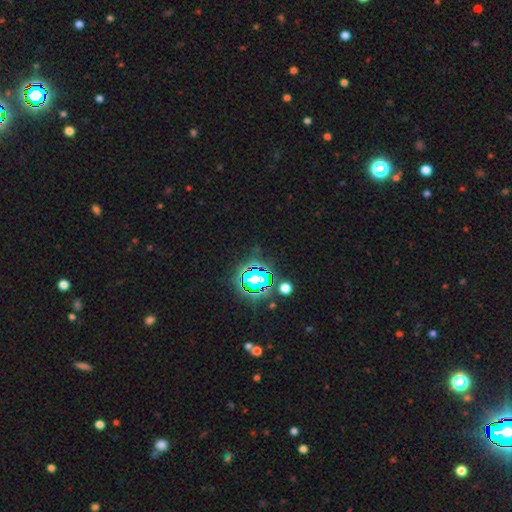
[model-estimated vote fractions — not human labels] Q: Smooth or featured?
A: star or artifact (79%); runner-up: smooth (13%)